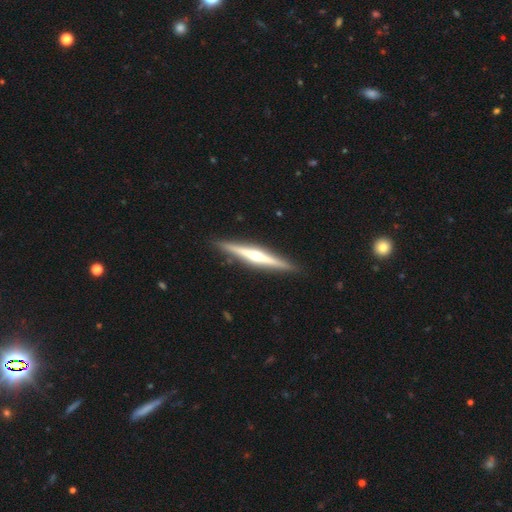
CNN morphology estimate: smooth-or-featured: featured or disk: 77% | smooth: 18% | star or artifact: 5%
  disk-edge-on: yes: 98% | no: 2%
    edge-on-bulge: rounded: 85% | none: 10% | boxy: 5%
  merging: none: 91% | minor disturbance: 6% | major disturbance: 1% | merger: 1%